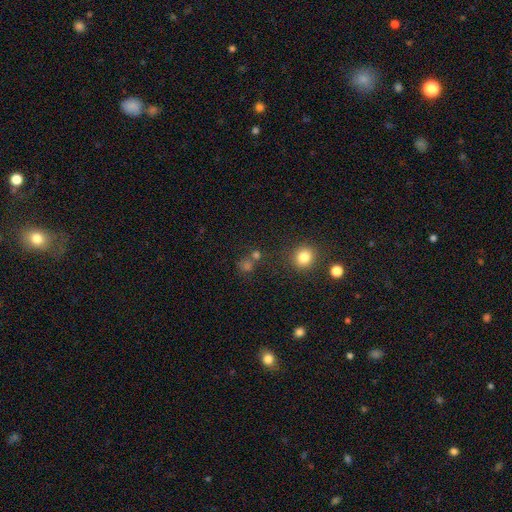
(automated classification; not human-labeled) Morphology: type=smooth (55%); roundness=round (87%); merging=none (72%).